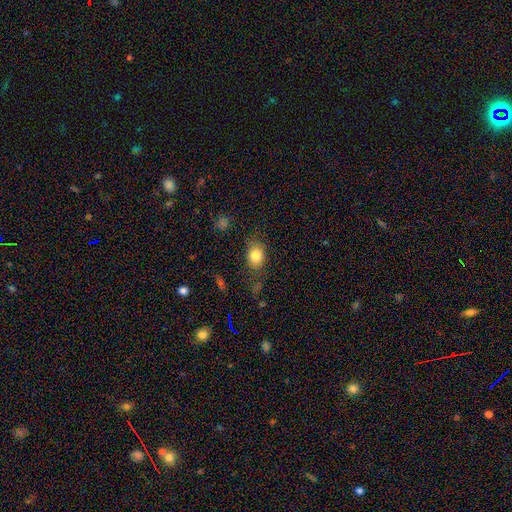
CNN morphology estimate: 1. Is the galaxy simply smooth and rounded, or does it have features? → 81% smooth, 10% star or artifact, 9% featured or disk.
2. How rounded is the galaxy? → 67% in between, 31% round, 2% cigar-shaped.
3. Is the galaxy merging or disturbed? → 75% none, 18% minor disturbance, 5% major disturbance, 2% merger.